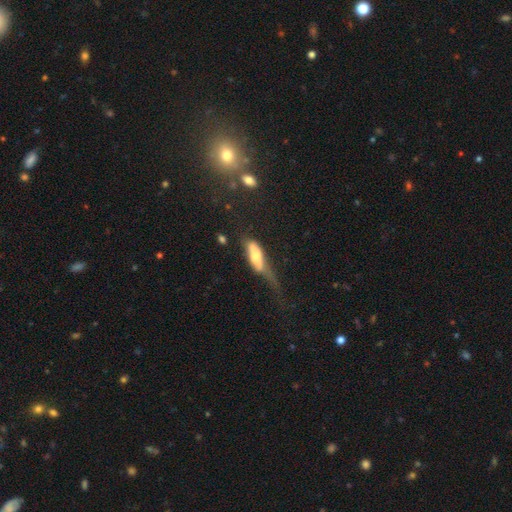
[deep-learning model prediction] A smooth galaxy with no disk features (61%) that is in between round and cigar-shaped (53%). Merging: major disturbance (47%).